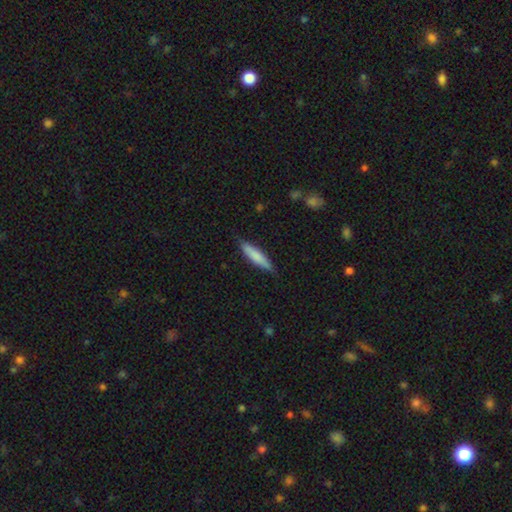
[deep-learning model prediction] smooth_or_featured: smooth (p=0.76) [alt: featured or disk p=0.18]
how_rounded: cigar-shaped (p=0.82) [alt: in between p=0.17]
merging: none (p=0.83) [alt: minor disturbance p=0.13]